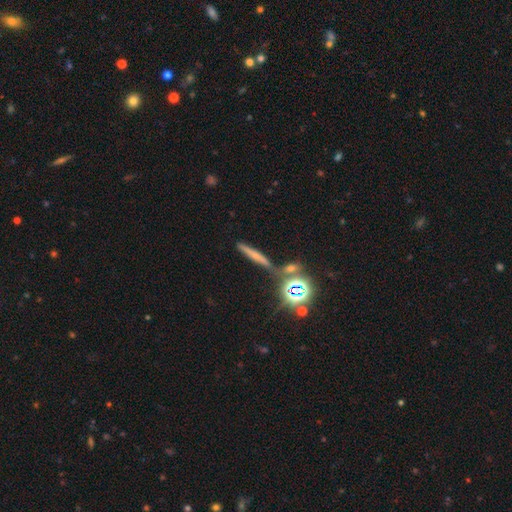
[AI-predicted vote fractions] Morphology: type=smooth (43%); merging=none (73%).